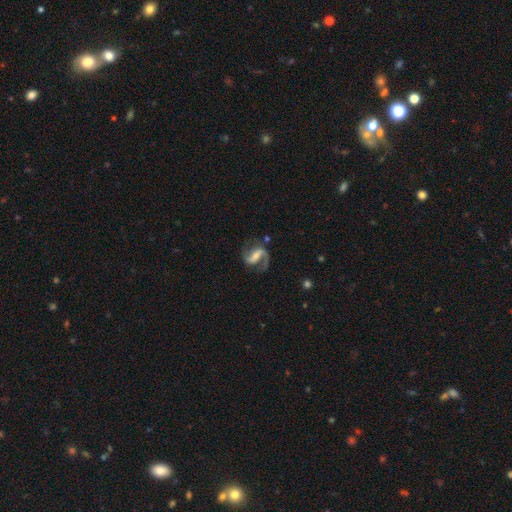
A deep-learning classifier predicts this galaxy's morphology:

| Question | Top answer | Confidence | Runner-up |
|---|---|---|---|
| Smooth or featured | featured or disk | 89% | smooth (6%) |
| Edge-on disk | no | 97% | yes (3%) |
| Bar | strong | 47% | weak (37%) |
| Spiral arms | yes | 97% | no (3%) |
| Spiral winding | medium | 49% | loose (39%) |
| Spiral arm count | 2 | 87% | 1 (8%) |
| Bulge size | small | 45% | moderate (37%) |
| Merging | none | 71% | minor disturbance (15%) |